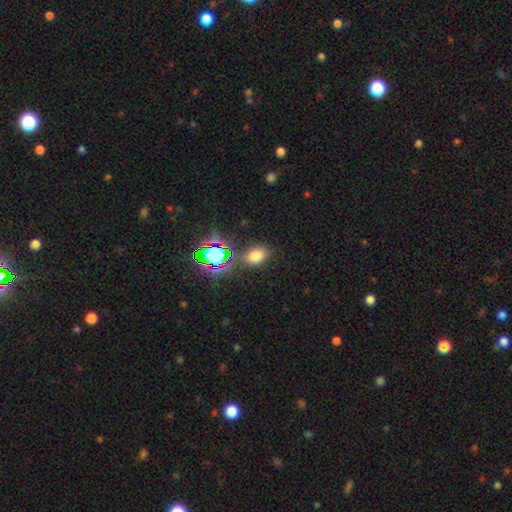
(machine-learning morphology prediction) The model was most divided on "smooth or featured": smooth: 68%, star or artifact: 25%, featured or disk: 7%. More confident: merging — none (79%); how rounded — in between (77%).